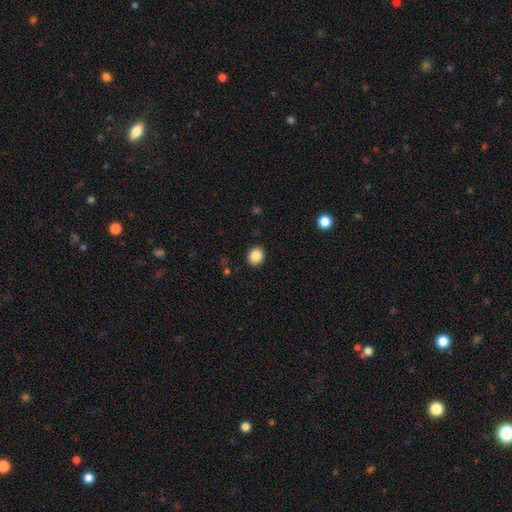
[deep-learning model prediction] The model was most divided on "how rounded": round: 78%, in between: 22%, cigar-shaped: 1%. More confident: merging — none (91%); smooth or featured — smooth (86%).